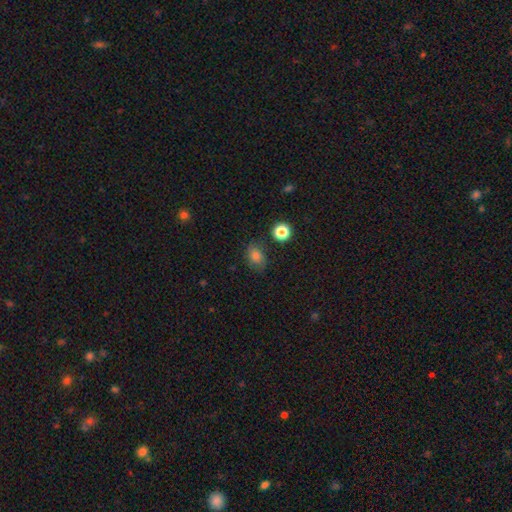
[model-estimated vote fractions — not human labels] Q: Smooth or featured?
A: smooth (77%); runner-up: star or artifact (12%)
Q: How rounded?
A: in between (66%); runner-up: round (33%)
Q: Merging?
A: none (72%); runner-up: minor disturbance (20%)